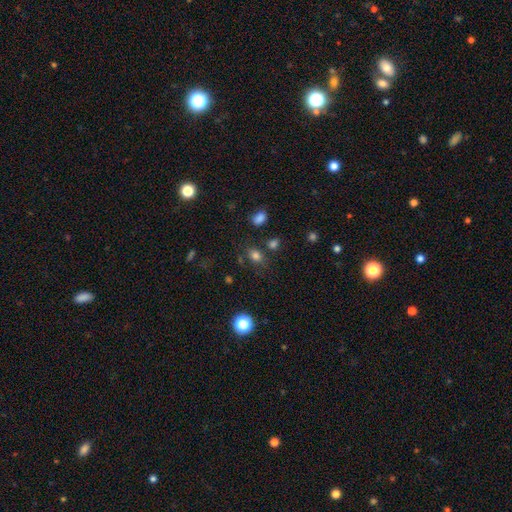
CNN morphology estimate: smooth-or-featured: smooth: 78% | star or artifact: 15% | featured or disk: 7%
  how-rounded: in between: 61% | round: 37% | cigar-shaped: 1%
  merging: none: 72% | minor disturbance: 15% | merger: 7% | major disturbance: 6%